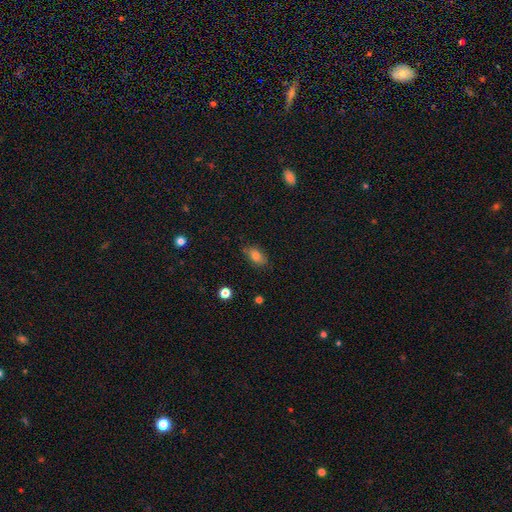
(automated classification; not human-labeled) A smooth galaxy with no disk features (77%) that is in between round and cigar-shaped (85%). Merging: none (81%).